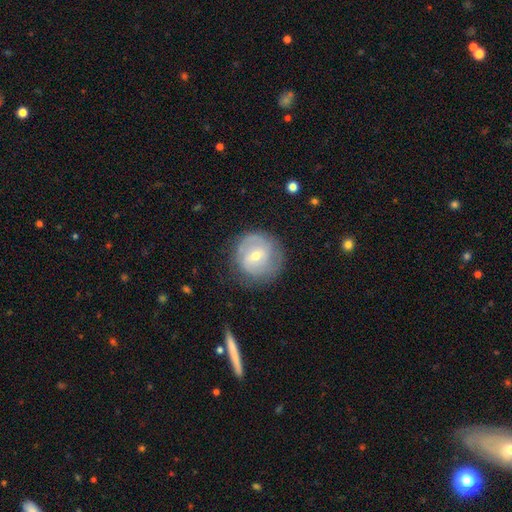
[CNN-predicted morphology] Smooth or featured? featured or disk (58%)
Edge-on disk? no (97%)
Bar? weak (47%)
Spiral arms? yes (71%)
Bulge size? small (51%)
Merging? none (74%)